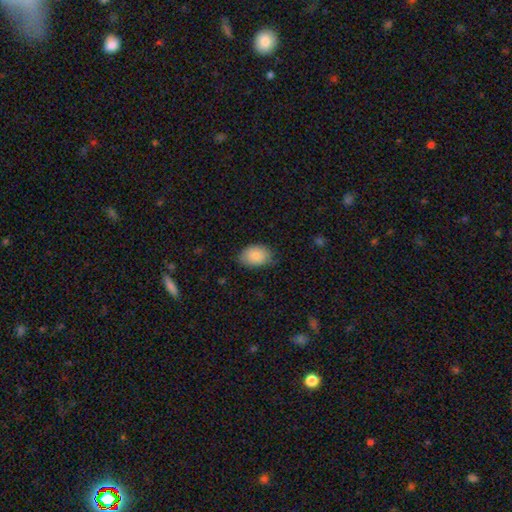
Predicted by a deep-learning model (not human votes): This is clearly a smooth galaxy (86%). How rounded: clearly in between (83%). Merging: likely none (72%).